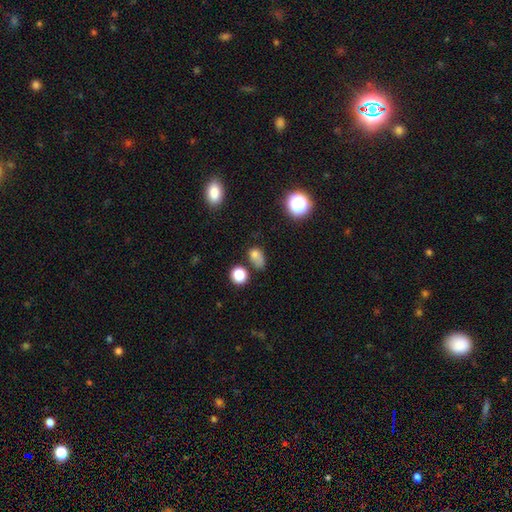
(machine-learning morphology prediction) The model was most divided on "merging": none: 42%, minor disturbance: 26%, major disturbance: 16%, merger: 16%. More confident: smooth or featured — smooth (72%); how rounded — in between (60%).